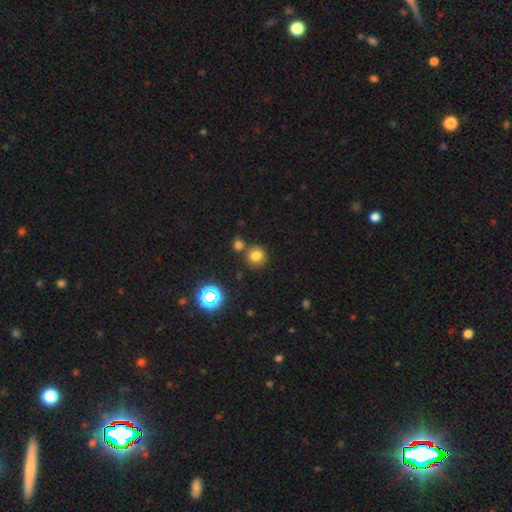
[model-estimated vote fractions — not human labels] The model was most divided on "merging": none: 69%, merger: 18%, minor disturbance: 10%, major disturbance: 3%. More confident: how rounded — round (86%); smooth or featured — smooth (75%).